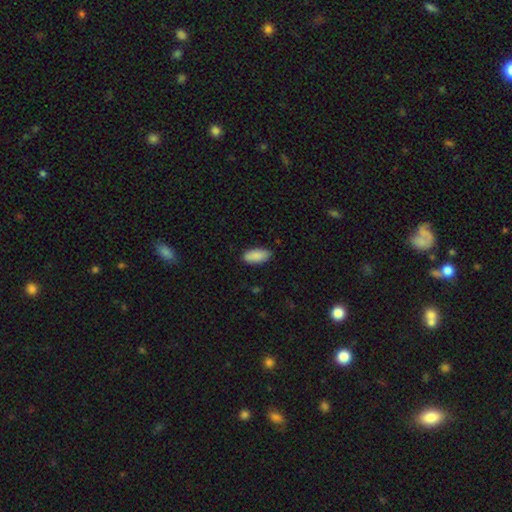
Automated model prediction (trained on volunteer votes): smooth_or_featured: smooth (p=0.90) [alt: star or artifact p=0.06]
how_rounded: in between (p=0.90) [alt: cigar-shaped p=0.09]
merging: none (p=0.85) [alt: minor disturbance p=0.12]